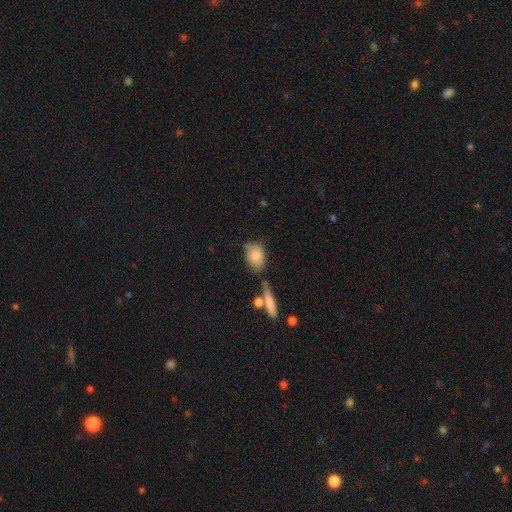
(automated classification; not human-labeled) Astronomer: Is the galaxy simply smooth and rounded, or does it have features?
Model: smooth — 82%.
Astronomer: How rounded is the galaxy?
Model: in between — 78%.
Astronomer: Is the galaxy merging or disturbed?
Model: none — 59%.